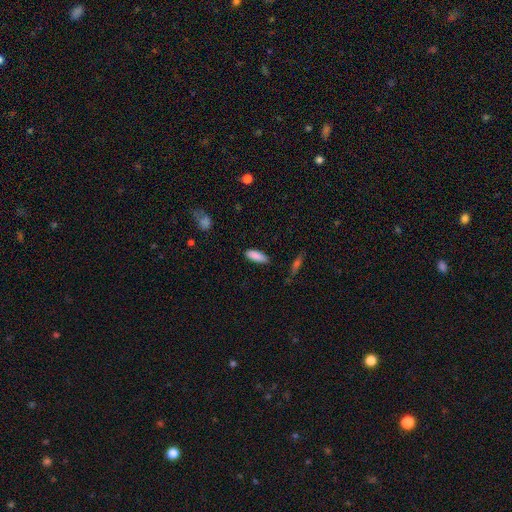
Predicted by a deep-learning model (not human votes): Morphology: type=smooth (88%); roundness=in between (70%); merging=none (84%).